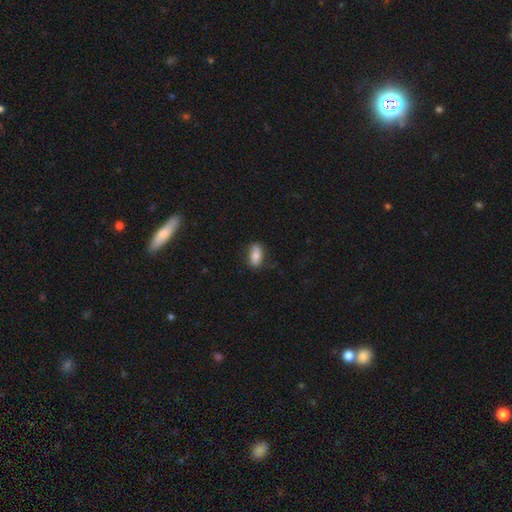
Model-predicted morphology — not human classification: This is likely a smooth galaxy (74%). How rounded: clearly in between (86%). Merging: likely none (80%).